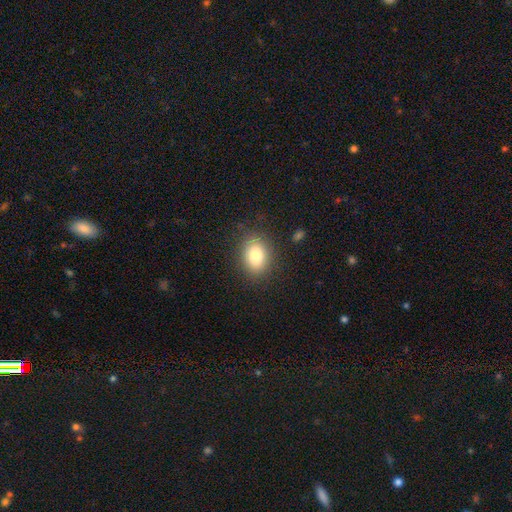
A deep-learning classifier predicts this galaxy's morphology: Q: Smooth or featured?
A: smooth (81%); runner-up: featured or disk (10%)
Q: How rounded?
A: in between (70%); runner-up: round (29%)
Q: Merging?
A: none (84%); runner-up: minor disturbance (11%)